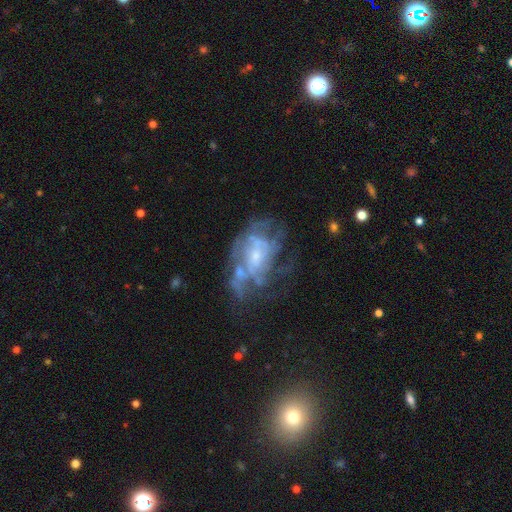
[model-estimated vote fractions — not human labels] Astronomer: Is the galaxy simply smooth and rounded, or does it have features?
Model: featured or disk — 75%.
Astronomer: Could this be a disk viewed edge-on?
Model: no — 96%.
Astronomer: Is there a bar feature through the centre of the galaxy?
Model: no — 67%.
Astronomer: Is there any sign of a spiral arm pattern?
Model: yes — 62% (runner-up: no, 38%).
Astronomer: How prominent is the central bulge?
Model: small — 55%.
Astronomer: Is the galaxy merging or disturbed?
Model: none — 43% (runner-up: major disturbance, 29%).